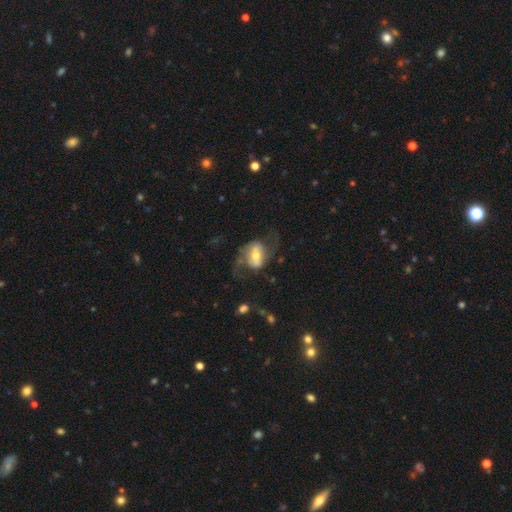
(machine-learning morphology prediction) This appears to be a featured or disk galaxy (70%) with a weak bar (39%), 2 (89%) loose (55%) spiral arms (84%) and a moderate central bulge (59%). Merging: none (56%).